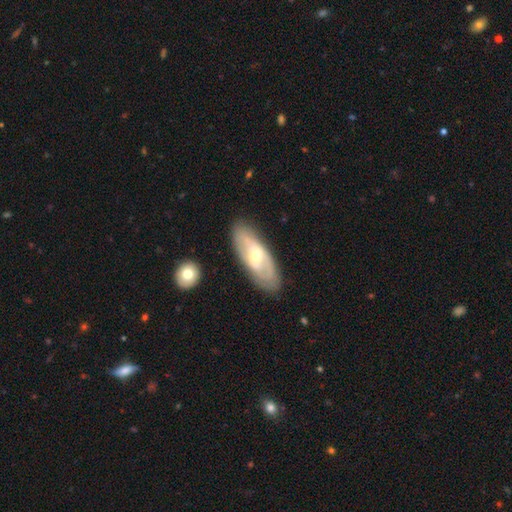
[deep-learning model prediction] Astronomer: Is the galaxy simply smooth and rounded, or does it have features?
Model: featured or disk — 64%.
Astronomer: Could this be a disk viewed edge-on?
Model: no — 84%.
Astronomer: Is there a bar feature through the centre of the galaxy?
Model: weak — 45% (runner-up: no, 29%).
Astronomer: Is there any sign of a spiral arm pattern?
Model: yes — 59% (runner-up: no, 41%).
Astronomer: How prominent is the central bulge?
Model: moderate — 52% (runner-up: small, 43%).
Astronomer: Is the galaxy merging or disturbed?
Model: none — 82%.